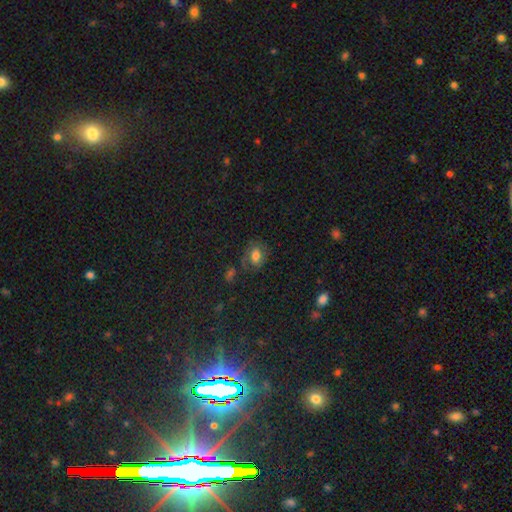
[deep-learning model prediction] This appears to be a smooth galaxy with no disk features (61%) that is in between round and cigar-shaped (66%). Merging: none (66%).